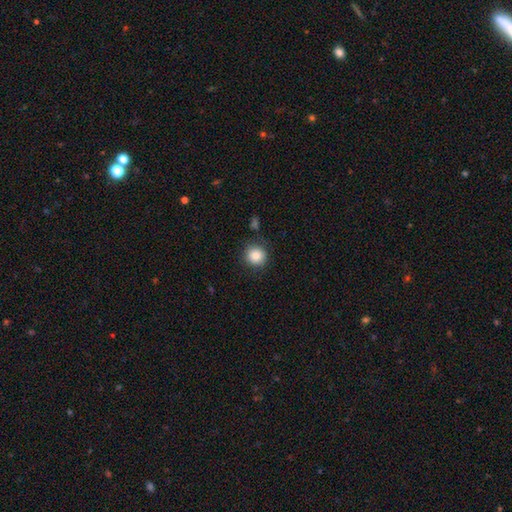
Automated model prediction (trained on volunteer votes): Smooth or featured?
  - smooth: 86% *
  - star or artifact: 10%
  - featured or disk: 4%
How rounded?
  - round: 91% *
  - in between: 8%
  - cigar-shaped: 1%
Merging?
  - none: 85% *
  - minor disturbance: 10%
  - major disturbance: 3%
  - merger: 2%